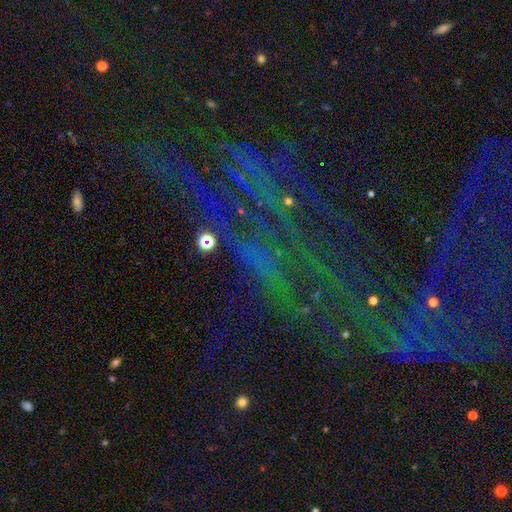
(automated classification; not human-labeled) star or artifact 74%, featured or disk 15%, smooth 11%.